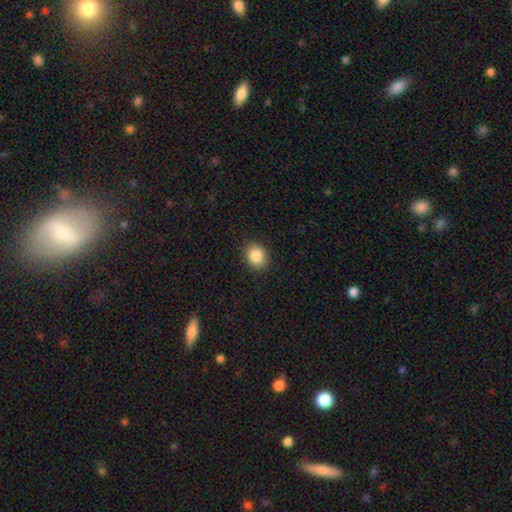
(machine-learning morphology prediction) A smooth galaxy with no disk features (86%) that is round (60%).

Vote fractions:
- Smooth or featured? smooth: 86% / star or artifact: 10% / featured or disk: 5%
- How rounded? round: 60% / in between: 39% / cigar-shaped: 1%
- Merging? none: 87% / minor disturbance: 10% / major disturbance: 2% / merger: 1%